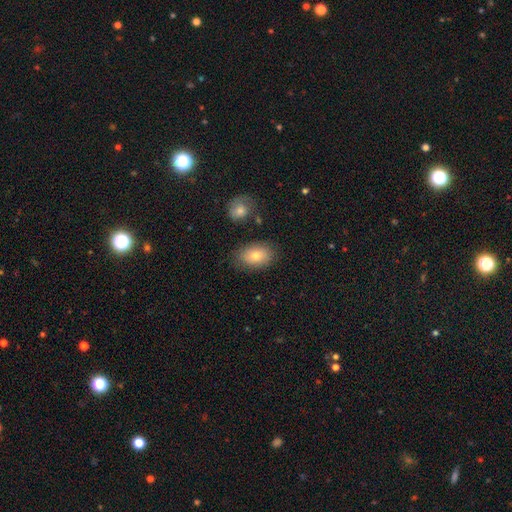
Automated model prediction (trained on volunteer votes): smooth-or-featured: smooth: 77% | featured or disk: 13% | star or artifact: 9%
  how-rounded: in between: 84% | round: 15% | cigar-shaped: 1%
  merging: none: 80% | minor disturbance: 13% | merger: 4% | major disturbance: 3%